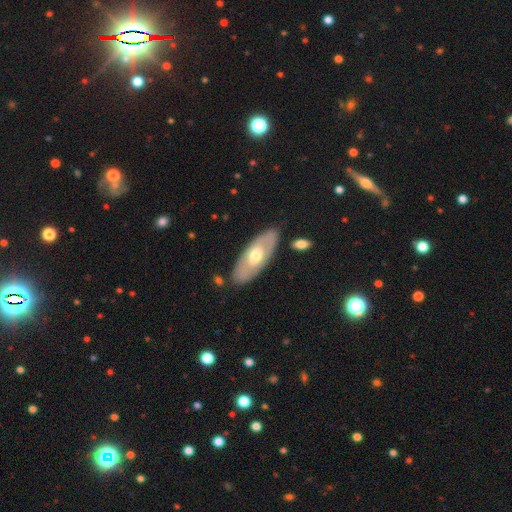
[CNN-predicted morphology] Smooth or featured? featured or disk (51%)
Edge-on disk? no (78%)
Merging? none (82%)